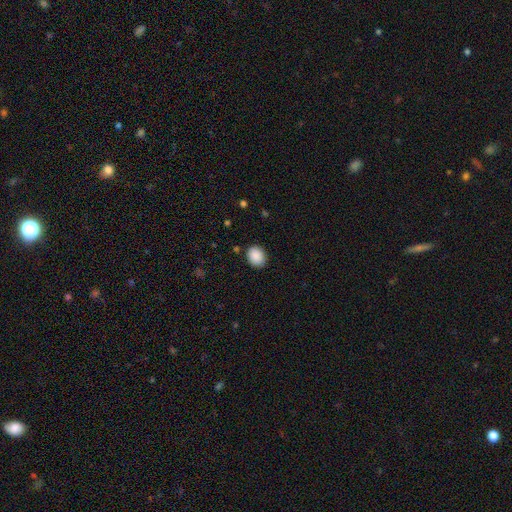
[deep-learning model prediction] Overall: smooth (89%). How rounded: round (54%; in between 45%). Merging: none (87%).